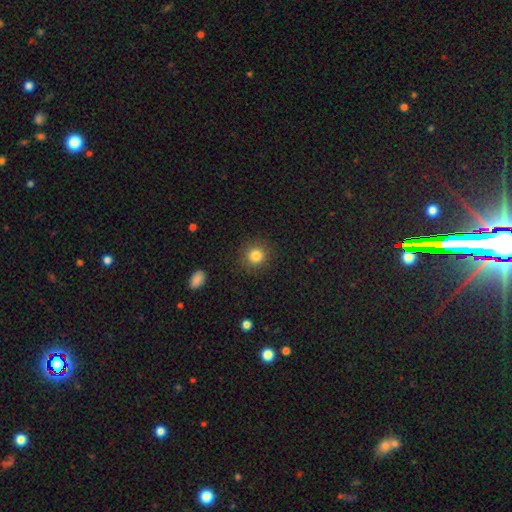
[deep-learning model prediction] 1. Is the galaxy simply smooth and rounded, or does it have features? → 84% smooth, 11% star or artifact, 5% featured or disk.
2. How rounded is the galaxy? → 91% round, 9% in between, 1% cigar-shaped.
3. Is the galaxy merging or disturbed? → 89% none, 7% minor disturbance, 3% major disturbance, 1% merger.